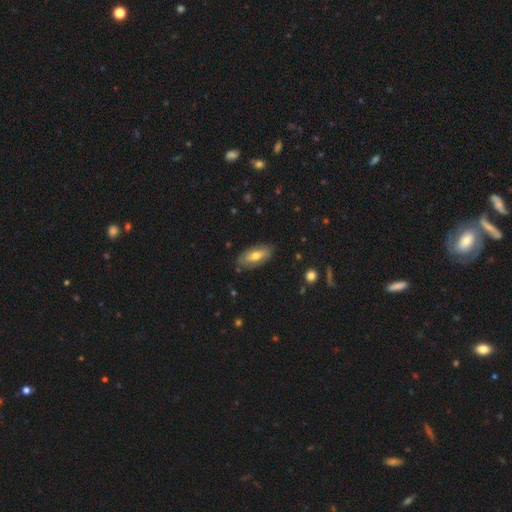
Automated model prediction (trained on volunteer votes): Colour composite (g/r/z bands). It shows a smooth galaxy with no disk features (61%) that is in between round and cigar-shaped (84%). Merging: none (79%).